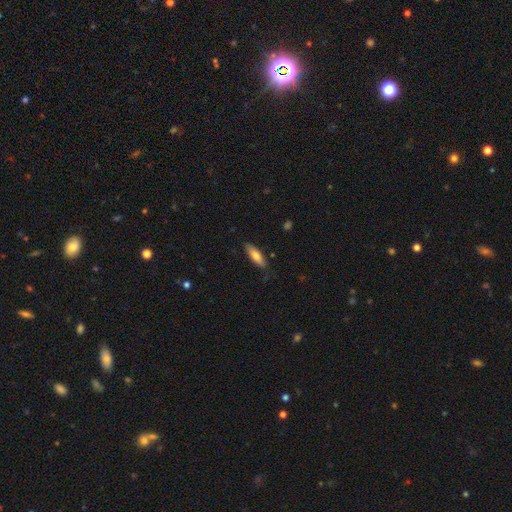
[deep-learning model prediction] This appears to be a smooth galaxy with no disk features (73%) that is cigar-shaped (54%). Merging: none (80%).